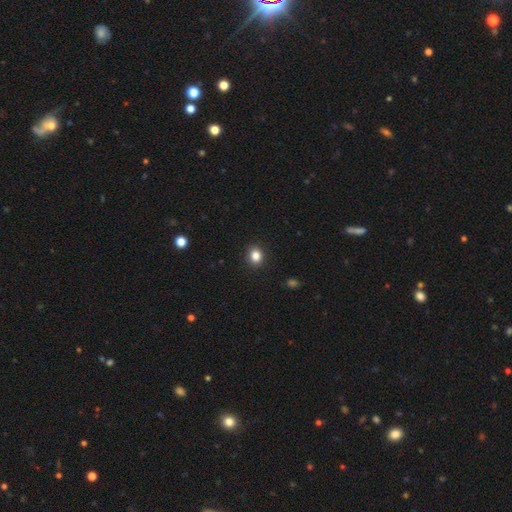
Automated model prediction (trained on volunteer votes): This appears to be a smooth galaxy with no disk features (84%) that is round (69%). Merging: none (91%).